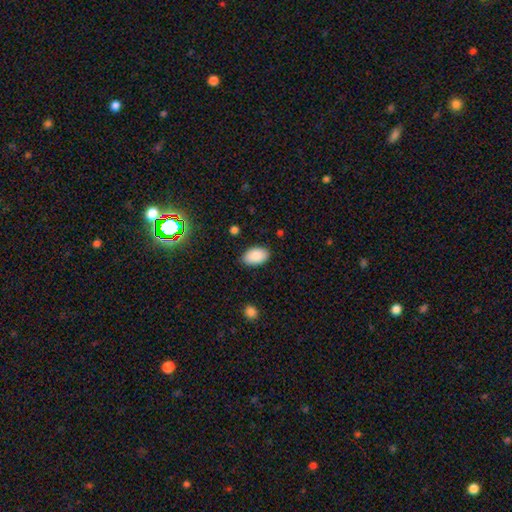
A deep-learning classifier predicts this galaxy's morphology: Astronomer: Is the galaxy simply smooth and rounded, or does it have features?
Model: smooth — 88%.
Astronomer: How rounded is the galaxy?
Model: in between — 93%.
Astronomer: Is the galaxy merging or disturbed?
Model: none — 85%.